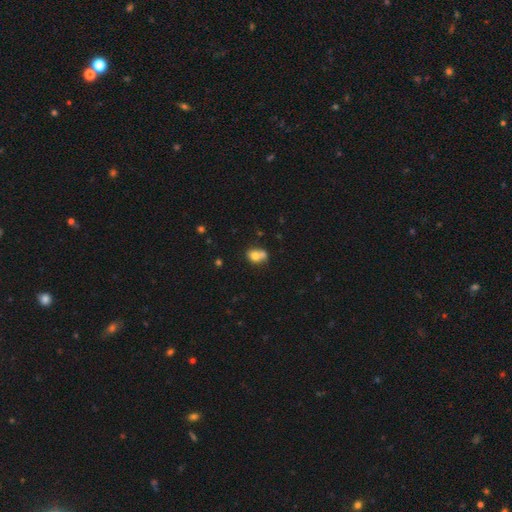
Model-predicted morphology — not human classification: smooth 72%, featured or disk 17%, star or artifact 11%. Down the decision tree: how rounded — in between (50%); merging — merger (49%).